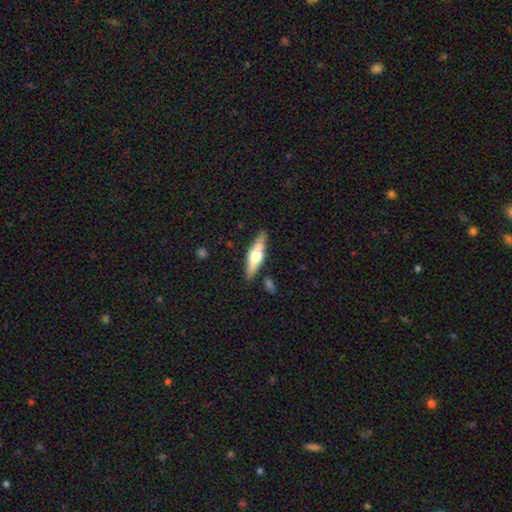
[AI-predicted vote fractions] Q: Smooth or featured?
A: featured or disk (53%); runner-up: smooth (42%)
Q: Edge-on disk?
A: yes (92%); runner-up: no (8%)
Q: Merging?
A: none (86%); runner-up: minor disturbance (10%)